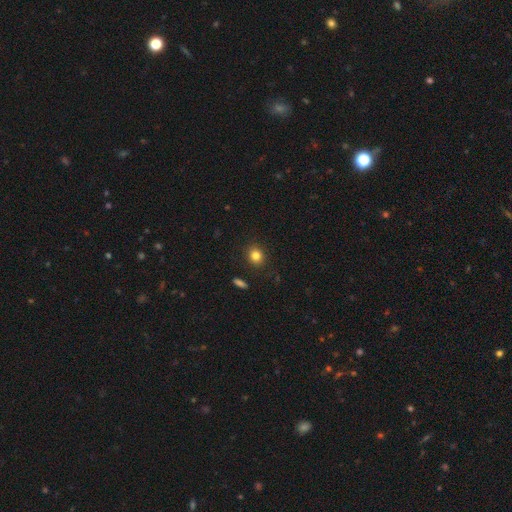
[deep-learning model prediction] A smooth galaxy with no disk features (83%) that is round (70%). Merging: none (89%).